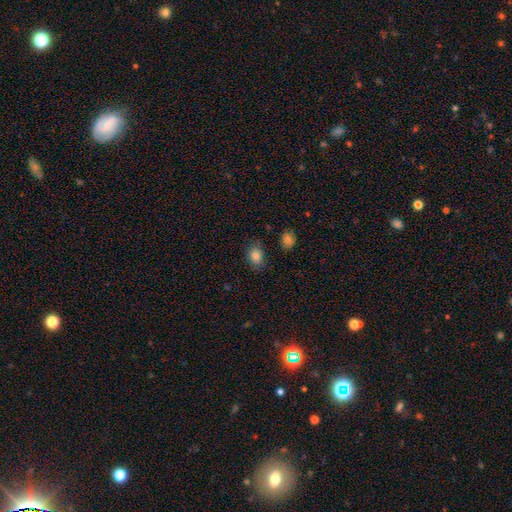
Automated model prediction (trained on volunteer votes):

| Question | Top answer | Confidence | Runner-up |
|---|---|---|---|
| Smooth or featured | smooth | 83% | star or artifact (10%) |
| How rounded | in between | 69% | round (30%) |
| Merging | none | 80% | minor disturbance (15%) |